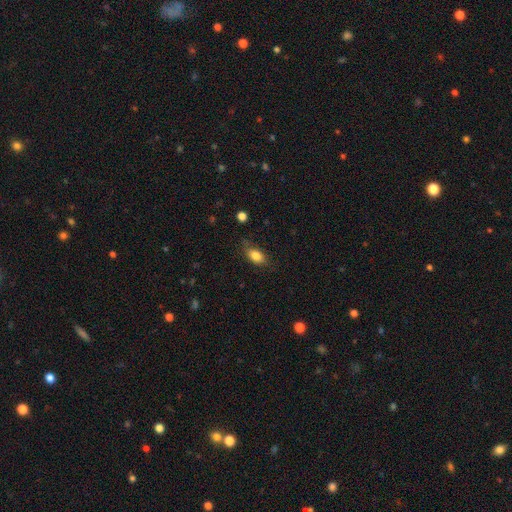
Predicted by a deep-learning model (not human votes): This is clearly a smooth galaxy (83%). How rounded: clearly in between (84%). Merging: likely none (68%).